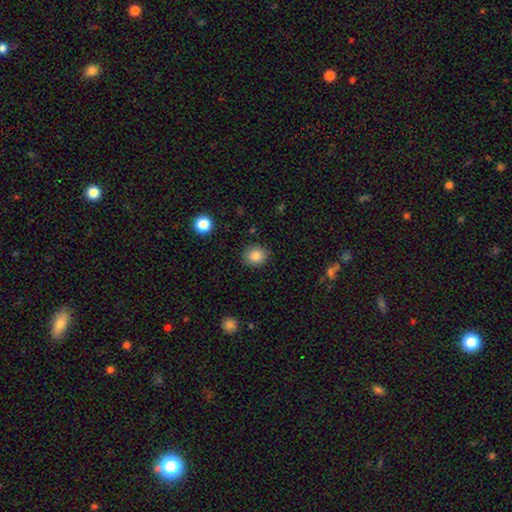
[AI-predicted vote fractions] smooth_or_featured: smooth (p=0.85) [alt: star or artifact p=0.10]
how_rounded: round (p=0.74) [alt: in between p=0.25]
merging: none (p=0.87) [alt: minor disturbance p=0.09]